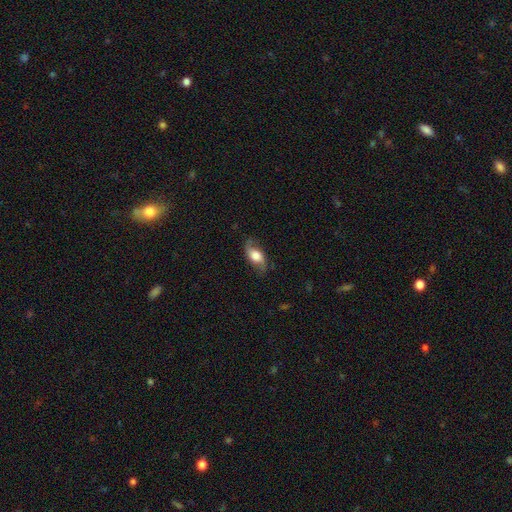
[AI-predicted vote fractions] This appears to be a featured or disk galaxy (54%). Merging: none (73%).